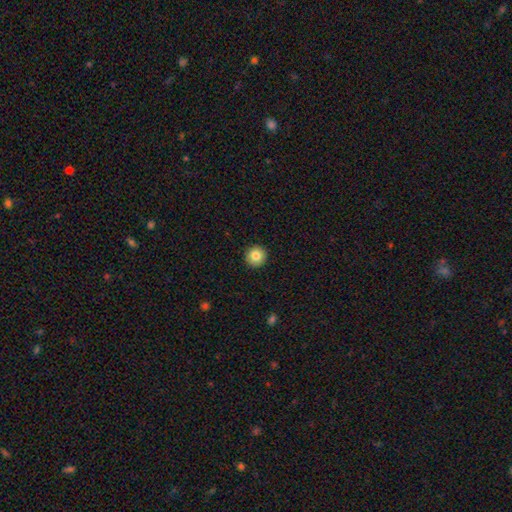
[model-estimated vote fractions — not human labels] Morphology: type=smooth (83%); roundness=round (96%); merging=none (93%).